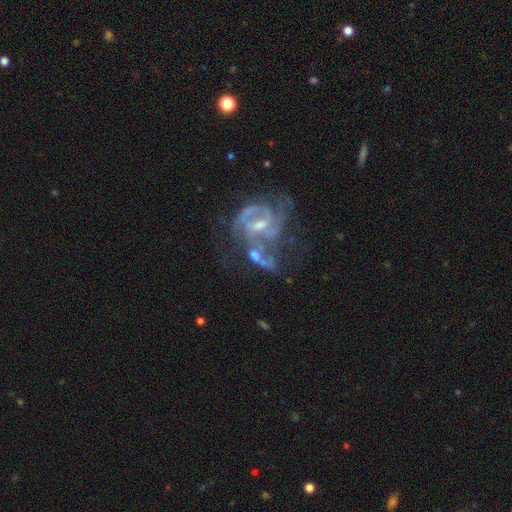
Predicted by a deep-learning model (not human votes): A featured or disk galaxy (77%) with no bar (43%), 2 (37%) medium (42%) spiral arms (75%) and a moderate central bulge (49%). Merging: merger (35%).